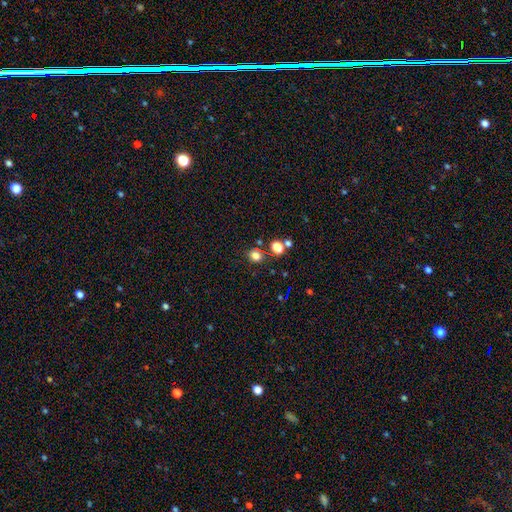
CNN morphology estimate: Q: Smooth or featured?
A: smooth (75%); runner-up: star or artifact (18%)
Q: How rounded?
A: round (67%); runner-up: in between (32%)
Q: Merging?
A: none (73%); runner-up: minor disturbance (11%)